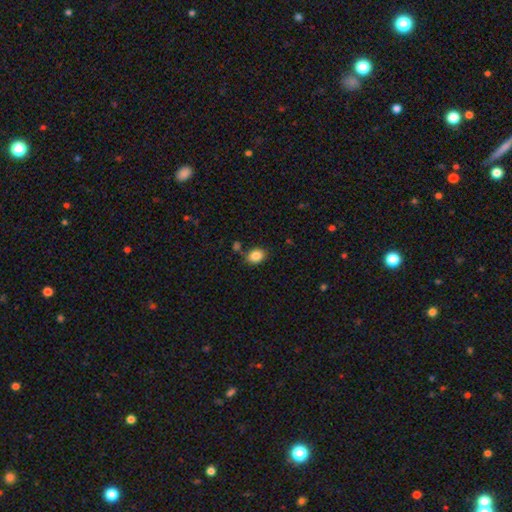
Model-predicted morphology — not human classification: Smooth or featured? Predicted: smooth (p=0.85). How rounded? Predicted: in between (p=0.62). Merging? Predicted: none (p=0.78).